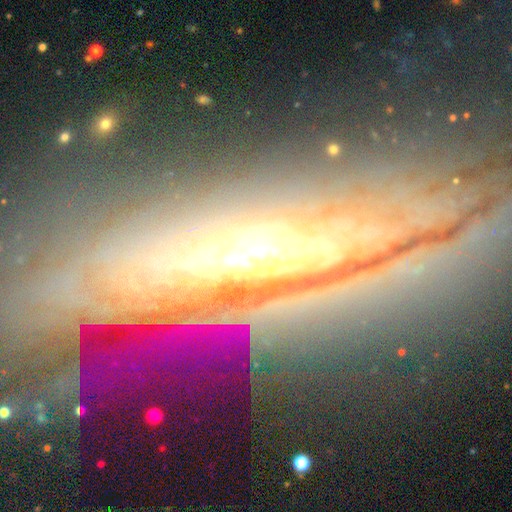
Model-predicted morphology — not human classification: Overall: featured or disk (76%). Edge-on disk: yes (62%; no 38%). Merging: none (67%).